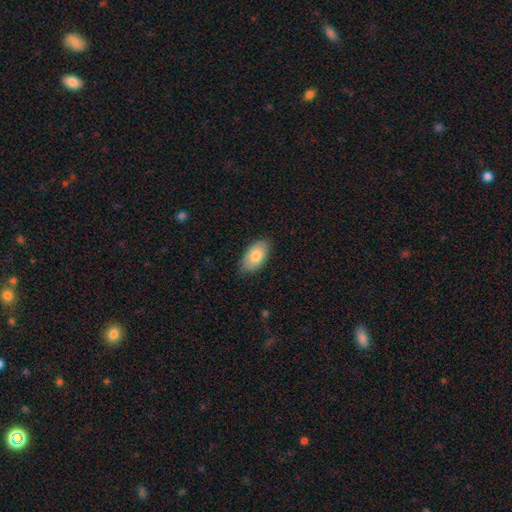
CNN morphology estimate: Smooth or featured? Predicted: smooth (p=0.79). How rounded? Predicted: in between (p=0.94). Merging? Predicted: none (p=0.80).